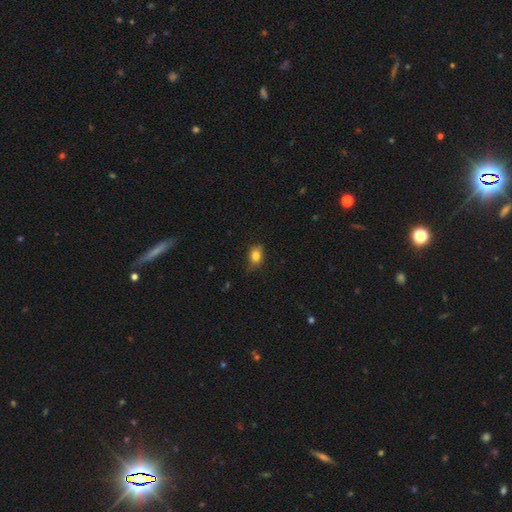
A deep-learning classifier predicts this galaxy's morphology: A smooth galaxy with no disk features (82%) that is in between round and cigar-shaped (64%). Merging: none (67%).